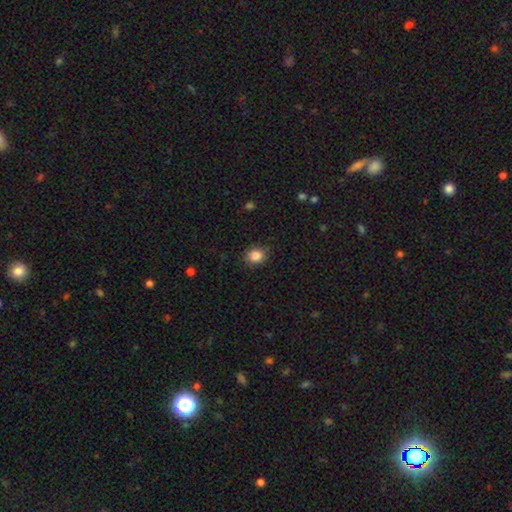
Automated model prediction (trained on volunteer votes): A smooth galaxy with no disk features (86%) that is round (66%). Merging: none (85%).